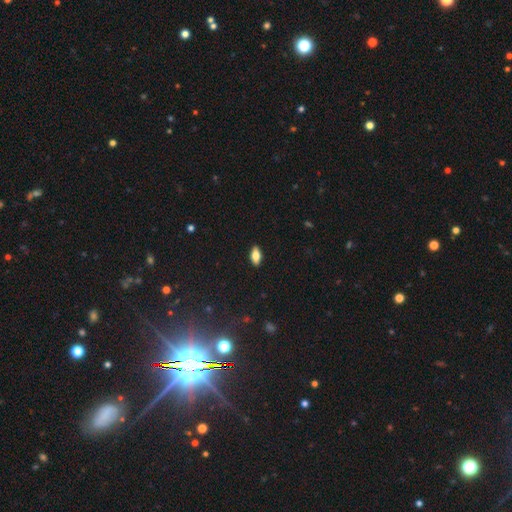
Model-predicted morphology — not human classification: Smooth or featured?
  - smooth: 74% *
  - featured or disk: 18%
  - star or artifact: 8%
How rounded?
  - in between: 88% *
  - cigar-shaped: 9%
  - round: 3%
Merging?
  - none: 90% *
  - minor disturbance: 8%
  - major disturbance: 2%
  - merger: 1%